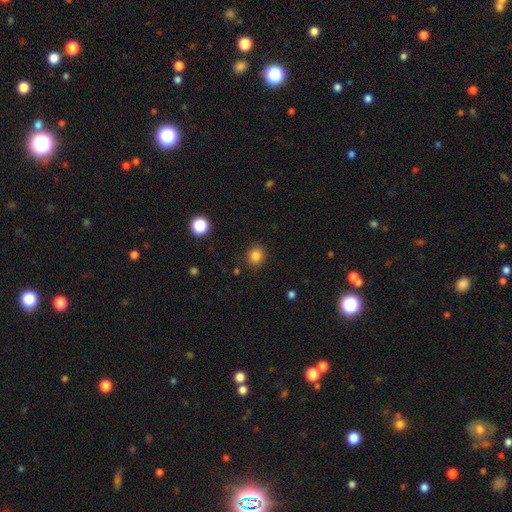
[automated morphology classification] Q: Smooth or featured?
A: smooth (84%); runner-up: star or artifact (12%)
Q: How rounded?
A: round (80%); runner-up: in between (19%)
Q: Merging?
A: none (88%); runner-up: minor disturbance (8%)